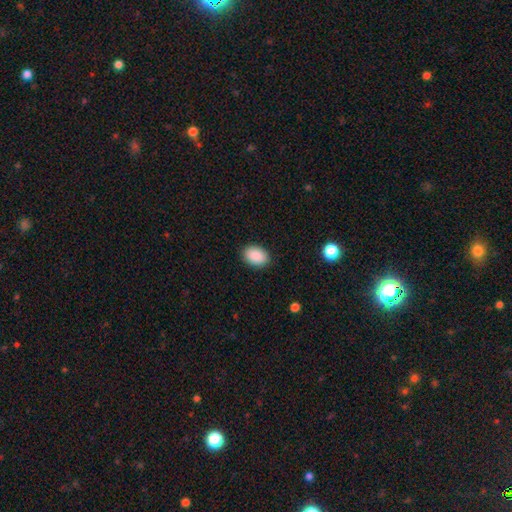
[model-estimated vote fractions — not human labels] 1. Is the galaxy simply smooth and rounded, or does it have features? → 90% smooth, 7% star or artifact, 3% featured or disk.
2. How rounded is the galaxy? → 85% in between, 14% round, 1% cigar-shaped.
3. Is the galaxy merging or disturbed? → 89% none, 8% minor disturbance, 2% major disturbance, 1% merger.